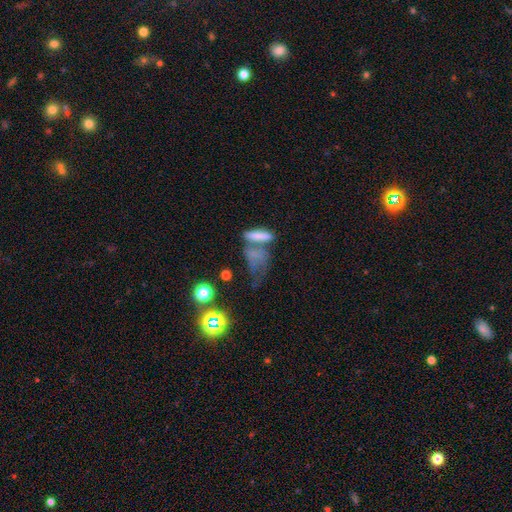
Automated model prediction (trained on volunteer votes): smooth-or-featured: smooth: 66% | featured or disk: 20% | star or artifact: 14%
  how-rounded: in between: 57% | cigar-shaped: 30% | round: 13%
  merging: merger: 37% | none: 27% | major disturbance: 20% | minor disturbance: 15%